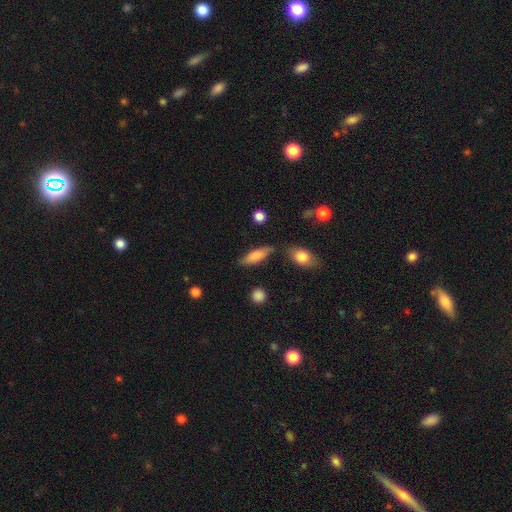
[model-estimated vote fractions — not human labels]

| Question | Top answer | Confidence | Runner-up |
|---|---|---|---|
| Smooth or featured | smooth | 78% | featured or disk (16%) |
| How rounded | in between | 57% | cigar-shaped (40%) |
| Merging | none | 71% | minor disturbance (18%) |